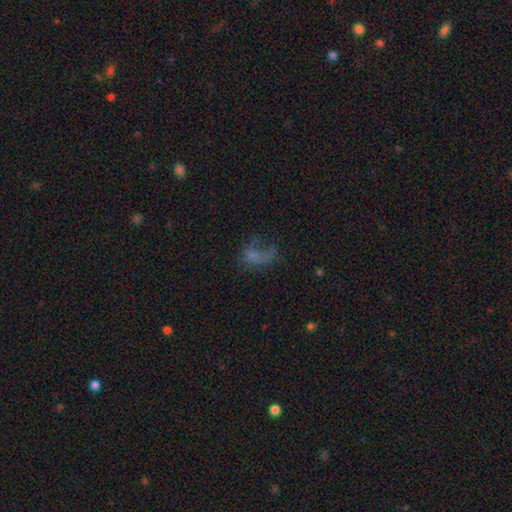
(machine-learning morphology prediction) Smooth or featured? Predicted: smooth (p=0.45). Merging? Predicted: major disturbance (p=0.46).